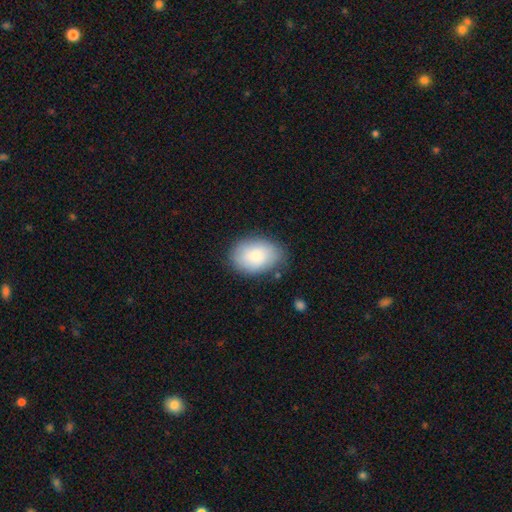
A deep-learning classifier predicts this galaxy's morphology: Smooth or featured? Predicted: smooth (p=0.81). How rounded? Predicted: in between (p=0.81). Merging? Predicted: none (p=0.76).